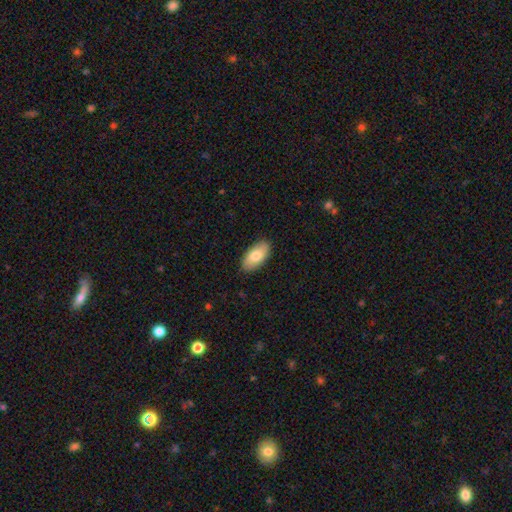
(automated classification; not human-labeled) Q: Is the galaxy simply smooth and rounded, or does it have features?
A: smooth — 80%.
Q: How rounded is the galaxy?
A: in between — 94%.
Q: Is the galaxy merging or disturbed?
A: none — 89%.